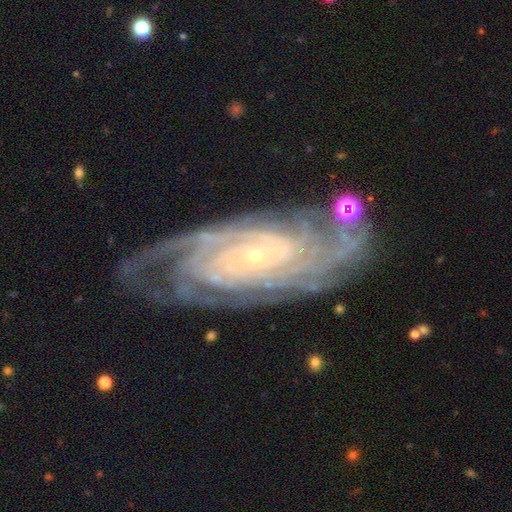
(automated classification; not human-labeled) This is clearly a featured or disk galaxy (91%). It is clearly not viewed edge-on (95%). Bar: likely no (73%). Spiral arm pattern: clearly yes (98%). Spiral arm count: marginally more than 4 (24%, tied with 4). Spiral winding: likely tight (80%). Central bulge: clearly small (86%). Merging: likely none (74%).